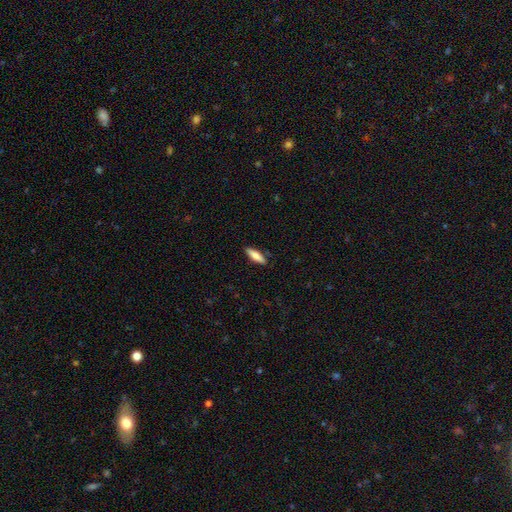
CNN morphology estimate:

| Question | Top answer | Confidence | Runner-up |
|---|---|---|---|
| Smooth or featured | smooth | 75% | featured or disk (19%) |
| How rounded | cigar-shaped | 60% | in between (38%) |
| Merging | none | 86% | minor disturbance (11%) |